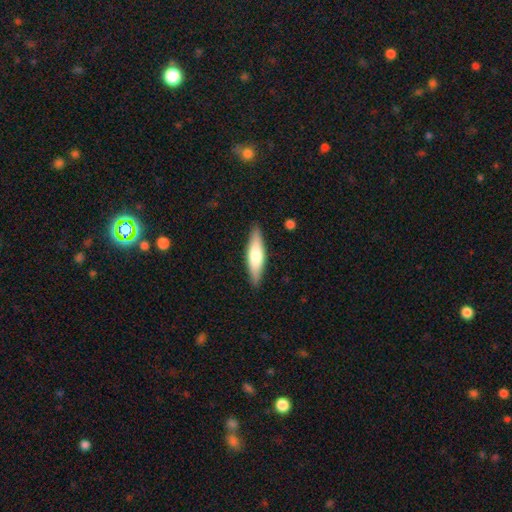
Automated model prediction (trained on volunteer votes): A smooth galaxy with no disk features (62%) that is cigar-shaped (68%). Merging: none (88%).